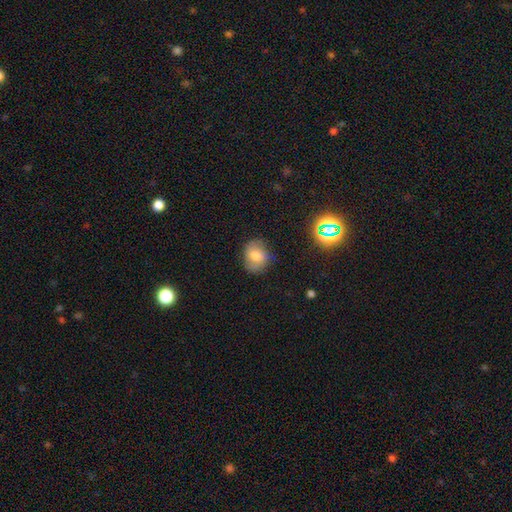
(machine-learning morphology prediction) type=smooth (71%); roundness=round (57%); merging=none (75%).